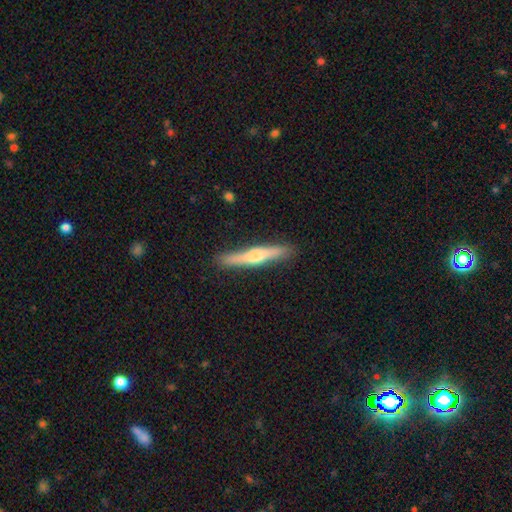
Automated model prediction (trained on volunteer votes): smooth_or_featured: featured or disk (p=0.49) [alt: smooth p=0.46]
merging: none (p=0.89) [alt: minor disturbance p=0.09]